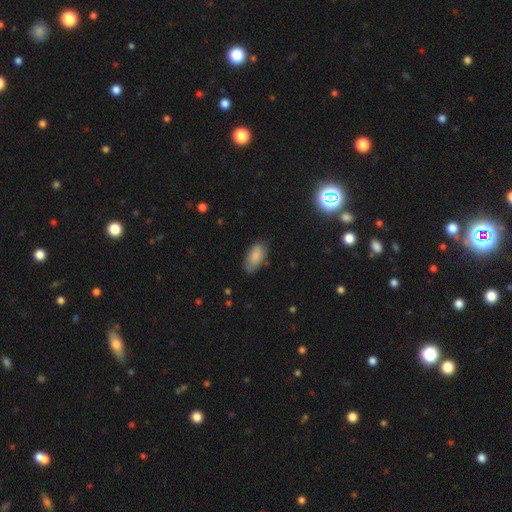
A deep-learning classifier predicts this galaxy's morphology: Smooth or featured?
  - smooth: 84% *
  - featured or disk: 9%
  - star or artifact: 7%
How rounded?
  - in between: 93% *
  - cigar-shaped: 4%
  - round: 3%
Merging?
  - none: 72% *
  - minor disturbance: 22%
  - major disturbance: 4%
  - merger: 1%